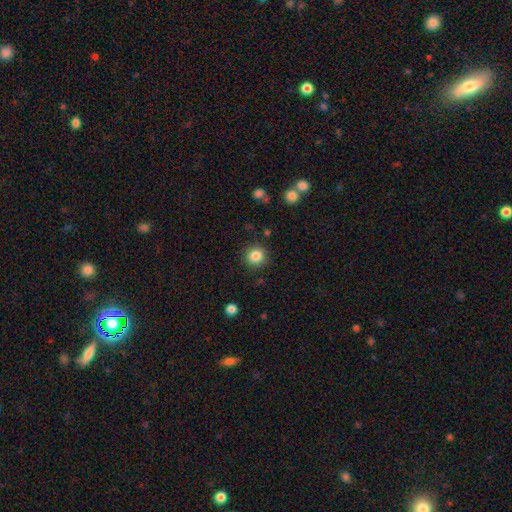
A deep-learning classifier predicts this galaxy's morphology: The model was most divided on "smooth or featured": smooth: 85%, star or artifact: 10%, featured or disk: 5%. More confident: how rounded — round (91%); merging — none (88%).